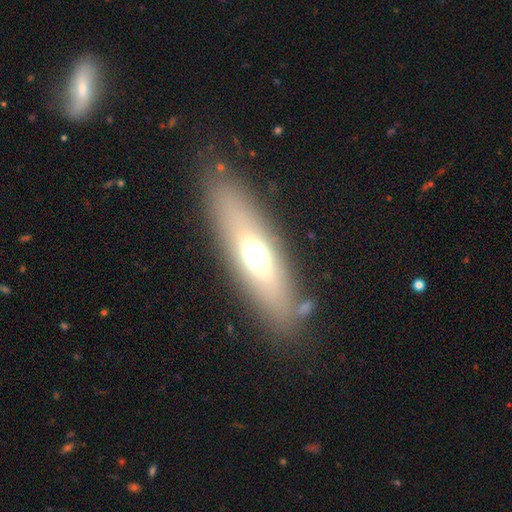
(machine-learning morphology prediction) Smooth or featured: smooth — 54% (featured or disk — 36%)
How rounded: in between — 50% (cigar-shaped — 46%)
Merging: none — 81% (minor disturbance — 10%)